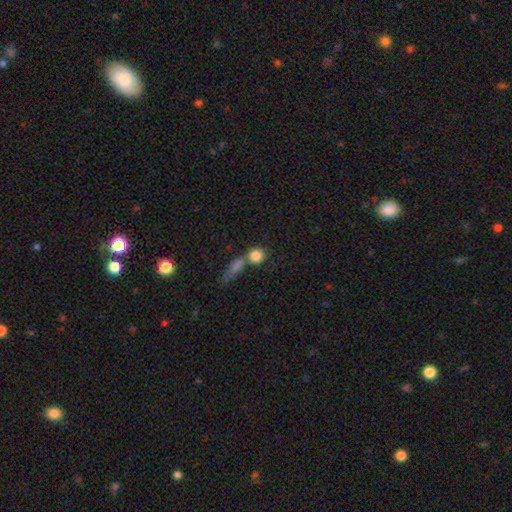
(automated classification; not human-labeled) This is clearly a smooth galaxy (82%). How rounded: clearly round (82%). Merging: possibly none (48%).